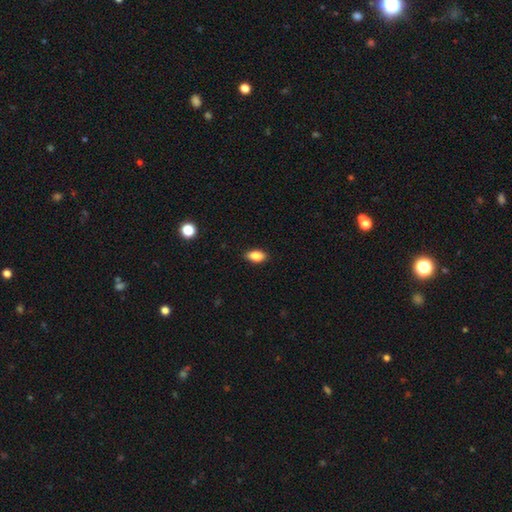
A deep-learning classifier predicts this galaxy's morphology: A smooth galaxy with no disk features (87%) that is in between round and cigar-shaped (91%). Merging: none (88%).